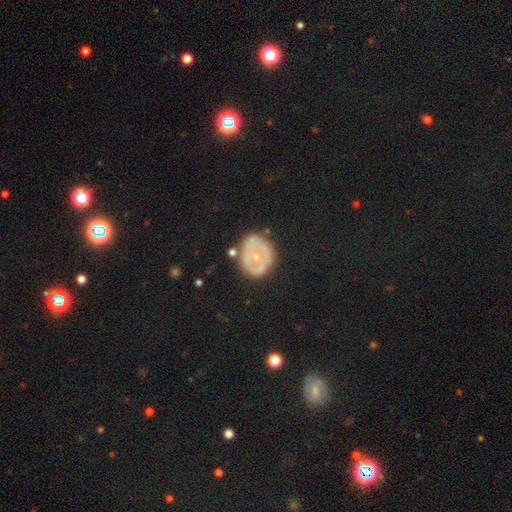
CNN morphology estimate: This appears to be a featured or disk galaxy (51%). Merging: none (71%).